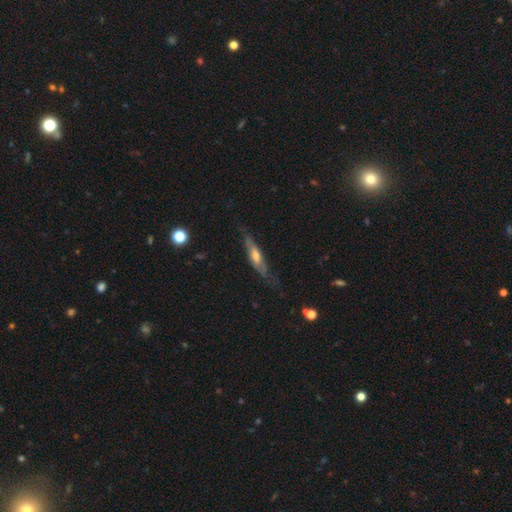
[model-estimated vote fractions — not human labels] smooth_or_featured: featured or disk (p=0.58) [alt: smooth p=0.36]
disk_edge_on: yes (p=0.68) [alt: no p=0.32]
merging: none (p=0.65) [alt: minor disturbance p=0.23]